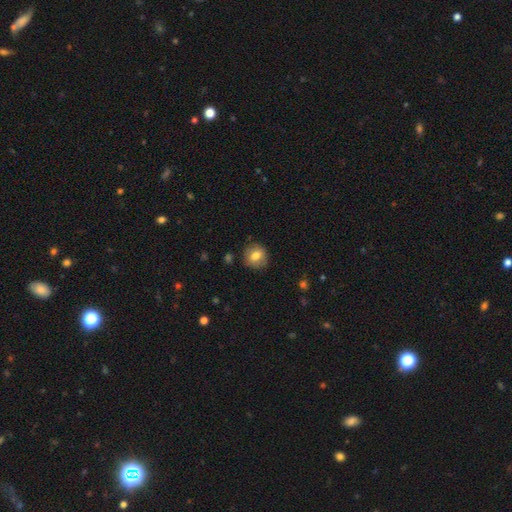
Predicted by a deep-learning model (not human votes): Q: Smooth or featured?
A: smooth (77%); runner-up: featured or disk (15%)
Q: How rounded?
A: round (88%); runner-up: in between (11%)
Q: Merging?
A: none (87%); runner-up: minor disturbance (10%)